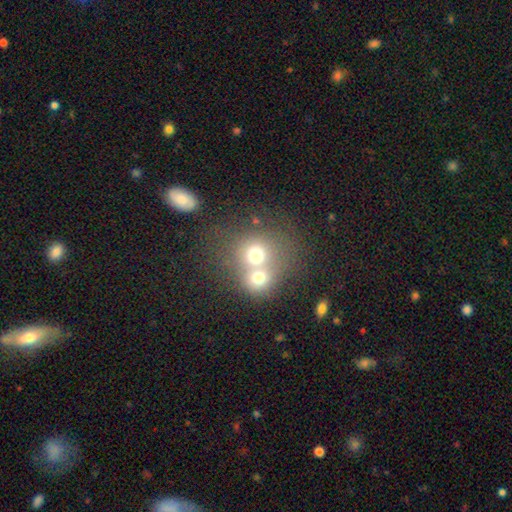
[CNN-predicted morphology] Q: Smooth or featured?
A: smooth (67%); runner-up: featured or disk (19%)
Q: How rounded?
A: round (77%); runner-up: in between (22%)
Q: Merging?
A: merger (65%); runner-up: none (25%)